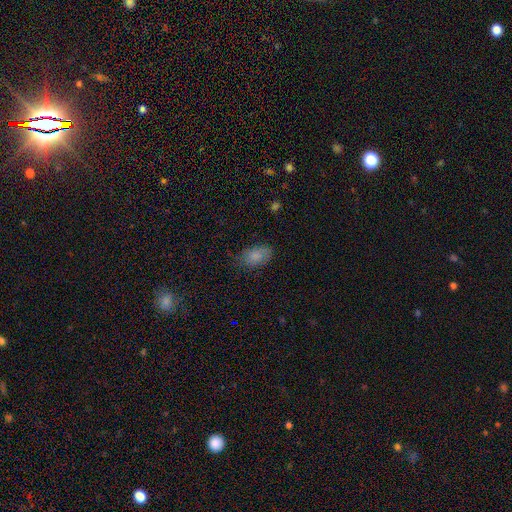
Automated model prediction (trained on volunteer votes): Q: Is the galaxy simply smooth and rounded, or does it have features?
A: smooth — 82%.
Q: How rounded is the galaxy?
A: in between — 90%.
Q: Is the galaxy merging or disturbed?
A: none — 72%.